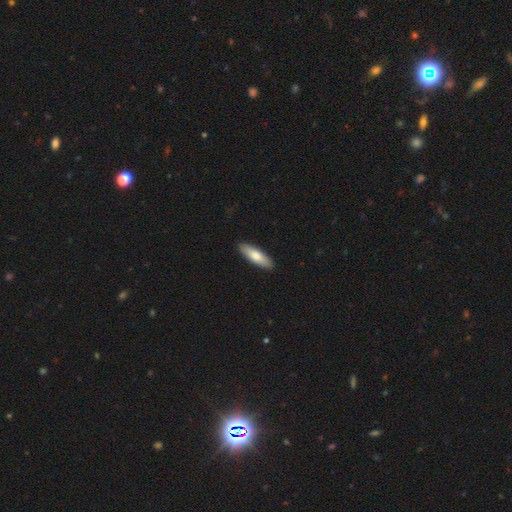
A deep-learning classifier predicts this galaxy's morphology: Smooth or featured?
  - smooth: 75% *
  - featured or disk: 20%
  - star or artifact: 5%
How rounded?
  - cigar-shaped: 54% *
  - in between: 45%
  - round: 2%
Merging?
  - none: 91% *
  - minor disturbance: 7%
  - major disturbance: 1%
  - merger: 1%